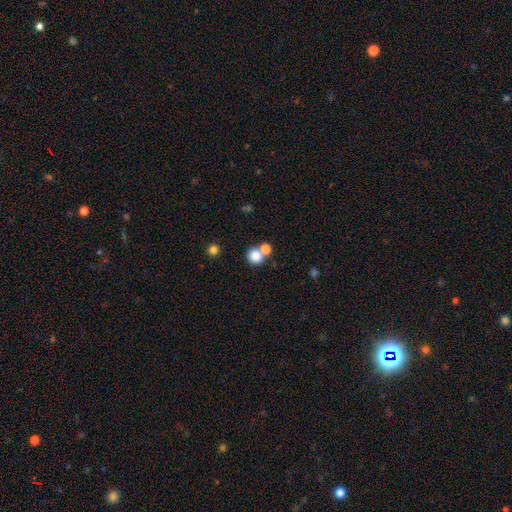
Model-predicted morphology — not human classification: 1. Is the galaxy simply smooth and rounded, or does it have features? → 81% smooth, 12% star or artifact, 7% featured or disk.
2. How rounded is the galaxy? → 85% round, 14% in between, 1% cigar-shaped.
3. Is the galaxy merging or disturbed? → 53% none, 37% merger, 7% minor disturbance, 4% major disturbance.